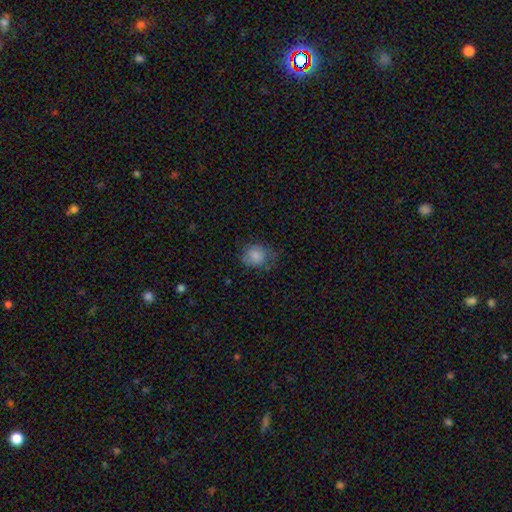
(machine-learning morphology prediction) The model was most divided on "how rounded": round: 61%, in between: 38%, cigar-shaped: 1%. More confident: smooth or featured — smooth (81%); merging — none (58%).